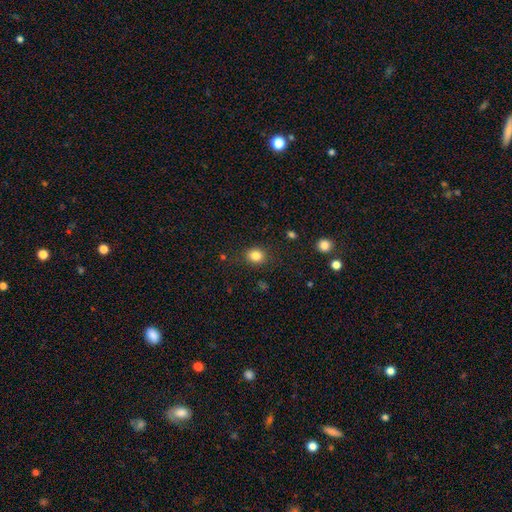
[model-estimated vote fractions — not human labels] Morphology: type=smooth (84%); roundness=round (68%); merging=none (84%).